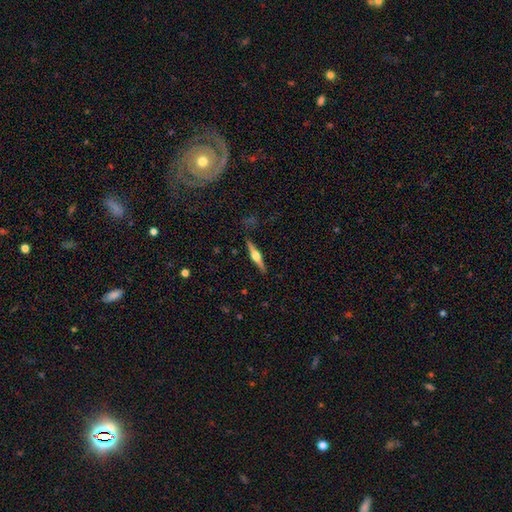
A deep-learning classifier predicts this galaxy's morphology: A featured or disk galaxy (75%) viewed edge-on (98%) with a rounded central bulge (94%).

Vote fractions:
- Smooth or featured? featured or disk: 75% / smooth: 20% / star or artifact: 5%
- Edge-on disk? yes: 98% / no: 2%
- Edge-on bulge? rounded: 94% / boxy: 5% / none: 2%
- Merging? none: 89% / minor disturbance: 8% / major disturbance: 2% / merger: 1%